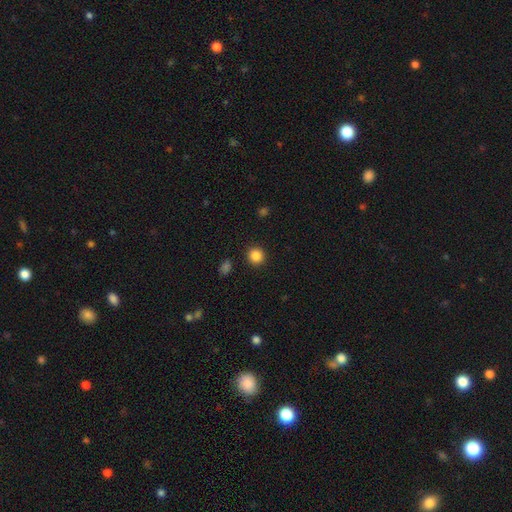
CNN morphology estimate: Smooth or featured?
  - smooth: 86% *
  - star or artifact: 11%
  - featured or disk: 3%
How rounded?
  - round: 92% *
  - in between: 7%
  - cigar-shaped: 1%
Merging?
  - none: 91% *
  - minor disturbance: 5%
  - major disturbance: 2%
  - merger: 1%